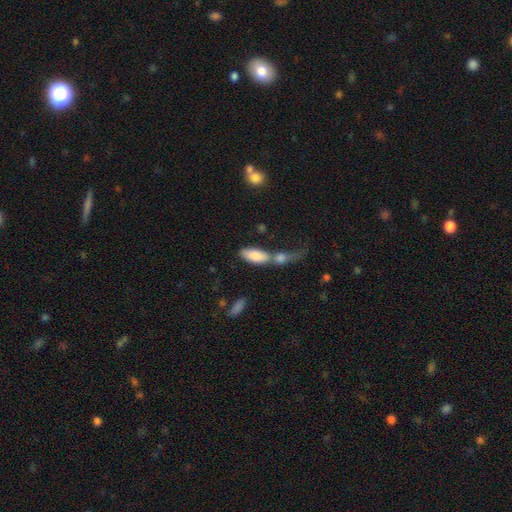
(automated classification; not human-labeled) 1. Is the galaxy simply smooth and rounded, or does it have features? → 81% smooth, 13% featured or disk, 7% star or artifact.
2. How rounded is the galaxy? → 82% in between, 16% cigar-shaped, 3% round.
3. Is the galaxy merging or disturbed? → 51% merger, 31% none, 11% minor disturbance, 7% major disturbance.